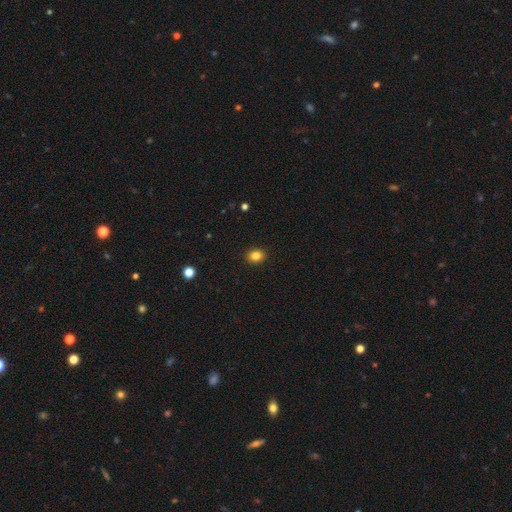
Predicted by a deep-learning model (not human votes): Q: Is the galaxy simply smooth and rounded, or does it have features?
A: smooth — 84%.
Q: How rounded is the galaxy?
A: round — 50%.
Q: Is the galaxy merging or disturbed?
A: none — 91%.